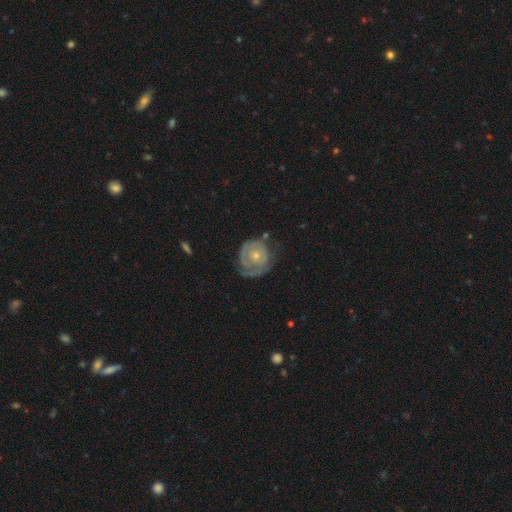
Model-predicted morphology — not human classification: type=featured or disk (72%); edge-on=no (98%); bar=no (84%); spiral arms=yes (79%); winding=tight (72%); arm count=1 (34%); bulge=small (57%); merging=none (54%).